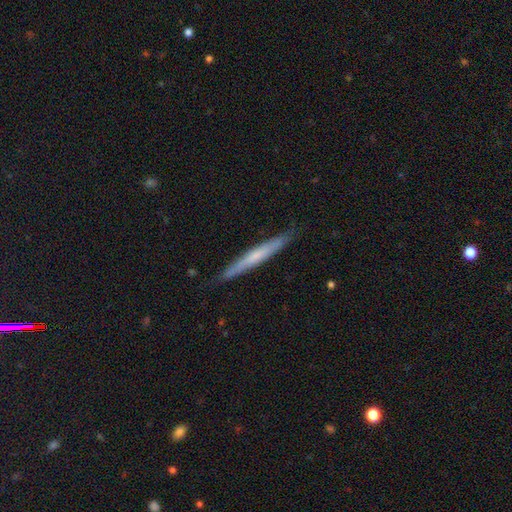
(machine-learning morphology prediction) smooth_or_featured: smooth (p=0.49) [alt: featured or disk p=0.45]
merging: none (p=0.86) [alt: minor disturbance p=0.11]